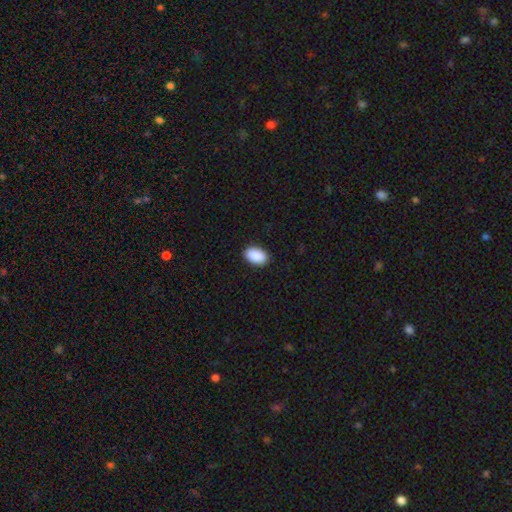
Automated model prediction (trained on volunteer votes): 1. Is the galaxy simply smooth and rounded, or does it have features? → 91% smooth, 6% star or artifact, 2% featured or disk.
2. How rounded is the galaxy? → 92% in between, 7% round, 1% cigar-shaped.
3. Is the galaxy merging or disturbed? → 90% none, 7% minor disturbance, 2% major disturbance, 1% merger.